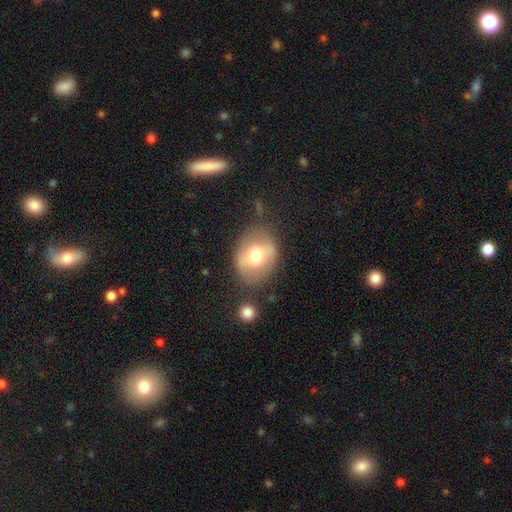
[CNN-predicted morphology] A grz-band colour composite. It shows a smooth galaxy with no disk features (56%) that is in between round and cigar-shaped (56%). Merging: none (72%).